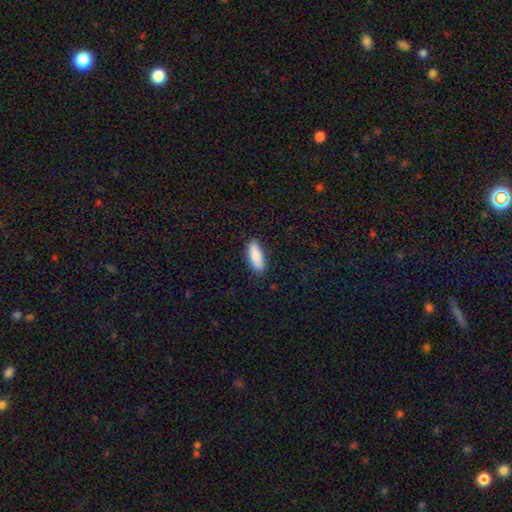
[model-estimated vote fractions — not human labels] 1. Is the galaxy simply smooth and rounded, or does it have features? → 86% smooth, 8% featured or disk, 6% star or artifact.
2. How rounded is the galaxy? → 64% in between, 34% cigar-shaped, 2% round.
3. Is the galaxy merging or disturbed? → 87% none, 10% minor disturbance, 2% major disturbance, 1% merger.